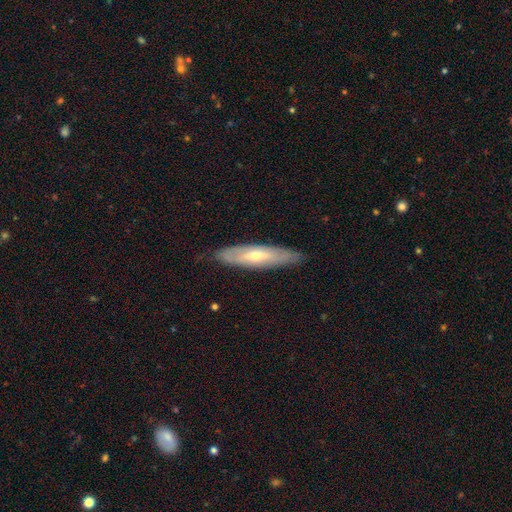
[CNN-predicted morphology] A featured or disk galaxy (58%). Merging: none (83%).